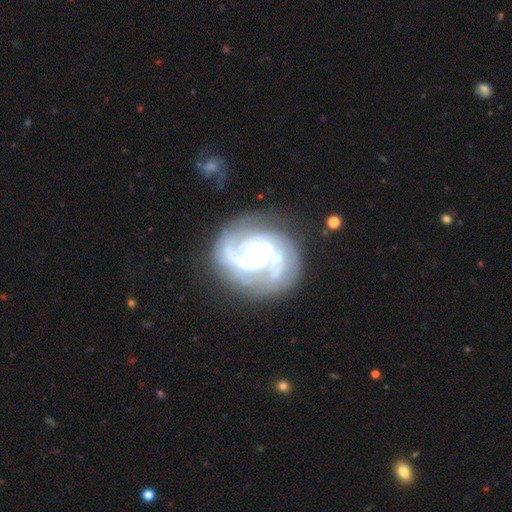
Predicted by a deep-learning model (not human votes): A featured or disk galaxy (92%) with no bar (48%), 2 (50%) tight (55%) spiral arms (99%) and a moderate central bulge (59%). Merging: none (77%).